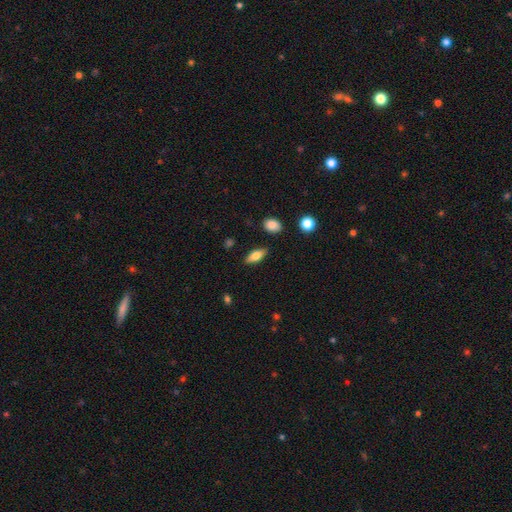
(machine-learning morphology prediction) smooth_or_featured: smooth (p=0.69) [alt: featured or disk p=0.24]
how_rounded: in between (p=0.77) [alt: cigar-shaped p=0.19]
merging: none (p=0.87) [alt: minor disturbance p=0.09]